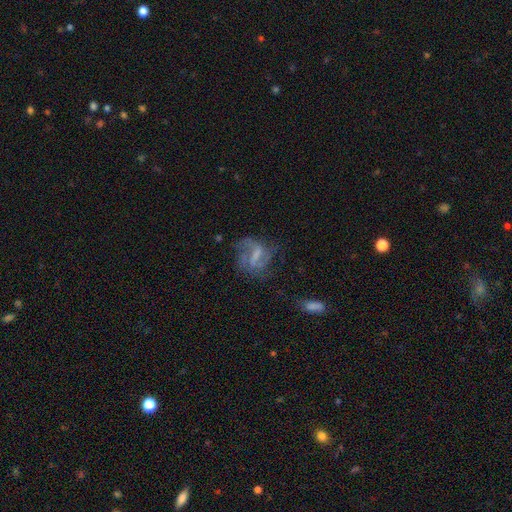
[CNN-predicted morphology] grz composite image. It shows a featured or disk galaxy (70%) with a strong bar (43%), 2 (61%) medium (42%) spiral arms (80%) and no central bulge (51%). Merging: none (50%).